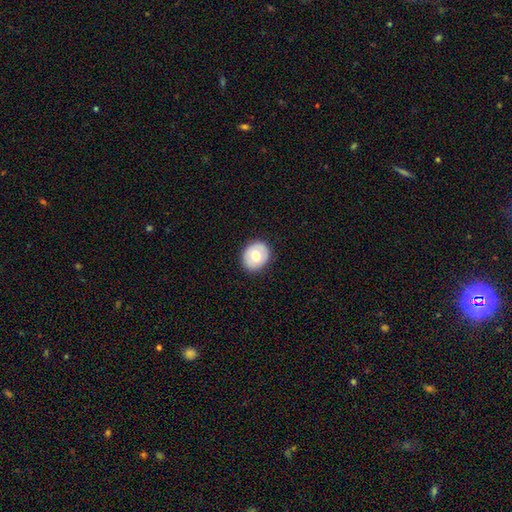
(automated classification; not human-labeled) smooth-or-featured: smooth: 65% | featured or disk: 28% | star or artifact: 7%
  how-rounded: round: 69% | in between: 30% | cigar-shaped: 1%
  merging: none: 88% | minor disturbance: 8% | major disturbance: 2% | merger: 1%